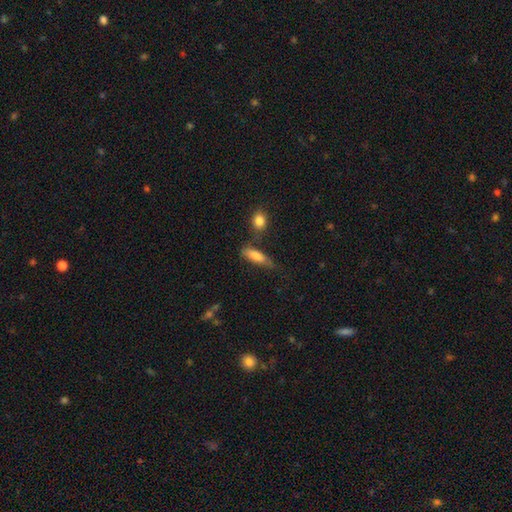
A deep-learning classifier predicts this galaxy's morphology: This is likely a smooth galaxy (77%). How rounded: possibly in between (55%). Merging: possibly none (50%).